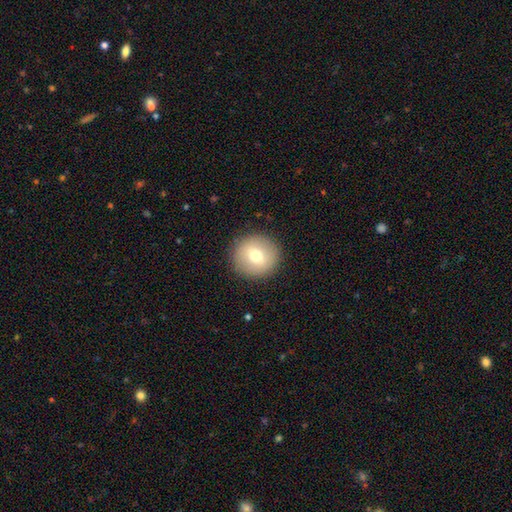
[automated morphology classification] A smooth galaxy with no disk features (71%) that is round (95%).

Vote fractions:
- Smooth or featured? smooth: 71% / featured or disk: 20% / star or artifact: 10%
- How rounded? round: 95% / in between: 4% / cigar-shaped: 1%
- Merging? none: 91% / minor disturbance: 6% / major disturbance: 2% / merger: 1%